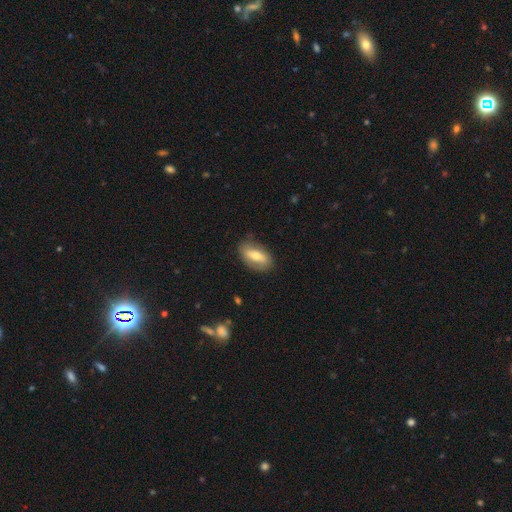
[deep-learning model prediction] A smooth galaxy with no disk features (56%) that is in between round and cigar-shaped (86%). Merging: none (81%).